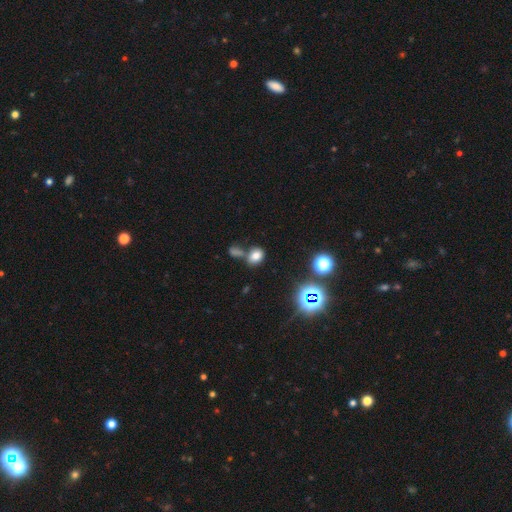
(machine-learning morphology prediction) Q: Smooth or featured?
A: smooth (74%); runner-up: star or artifact (18%)
Q: How rounded?
A: in between (65%); runner-up: round (33%)
Q: Merging?
A: none (57%); runner-up: merger (26%)